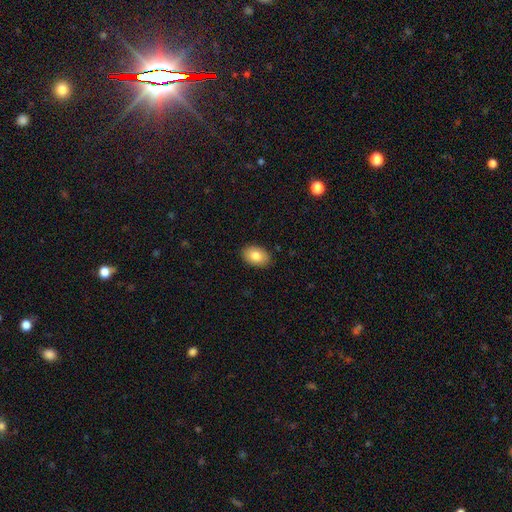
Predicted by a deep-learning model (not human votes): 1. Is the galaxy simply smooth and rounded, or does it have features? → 83% smooth, 10% featured or disk, 7% star or artifact.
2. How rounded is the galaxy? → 87% in between, 12% round, 1% cigar-shaped.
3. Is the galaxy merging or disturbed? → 89% none, 8% minor disturbance, 2% major disturbance, 1% merger.